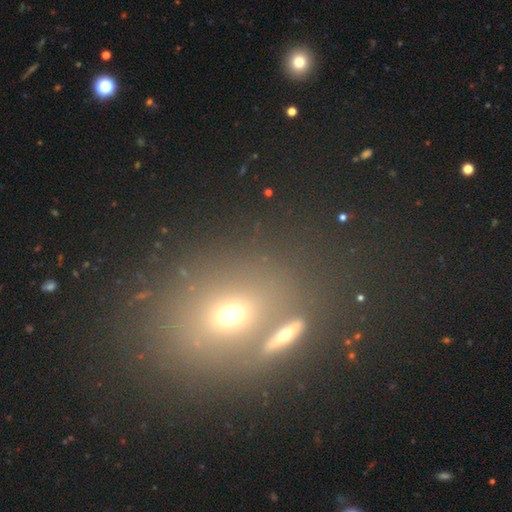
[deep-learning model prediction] smooth-or-featured: smooth: 52% | star or artifact: 31% | featured or disk: 17%
  how-rounded: in between: 49% (tied) | round: 49% (tied) | cigar-shaped: 3%
  merging: none: 64% | merger: 19% | minor disturbance: 11% | major disturbance: 6%